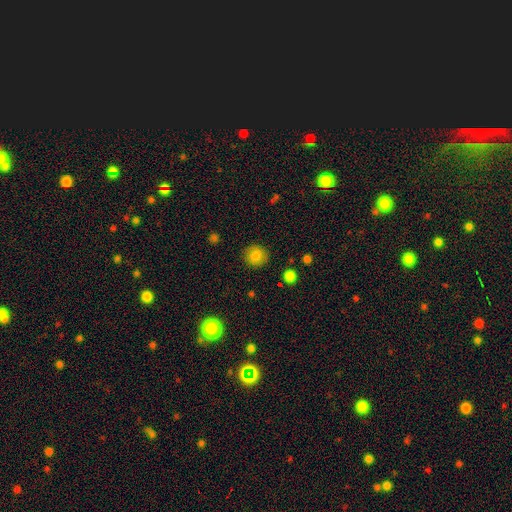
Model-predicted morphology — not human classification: The model was most divided on "smooth or featured": smooth: 84%, star or artifact: 10%, featured or disk: 6%. More confident: how rounded — round (91%); merging — none (89%).